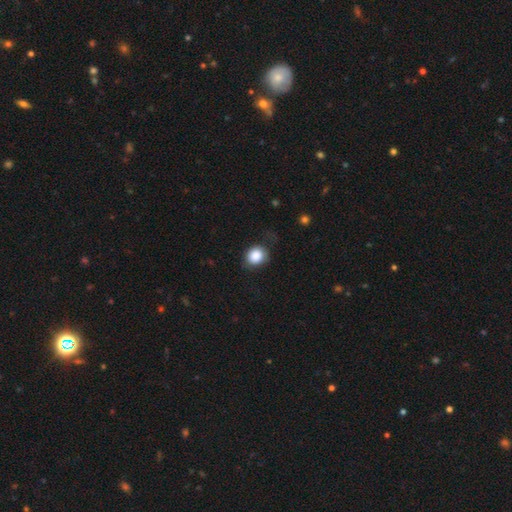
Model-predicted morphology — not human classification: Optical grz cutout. It shows a smooth galaxy with no disk features (87%) that is round (74%). Merging: none (70%).